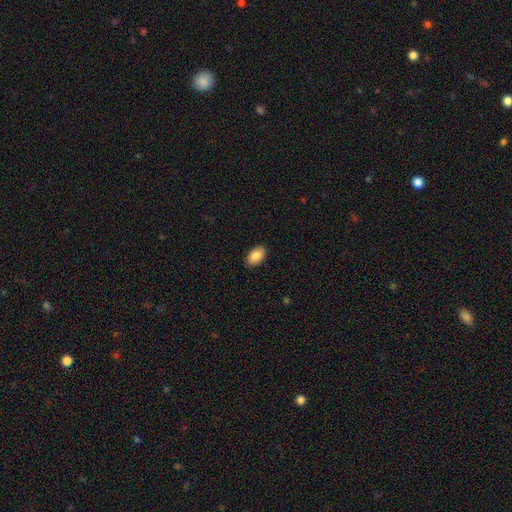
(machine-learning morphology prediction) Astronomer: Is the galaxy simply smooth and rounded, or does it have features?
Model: smooth — 88%.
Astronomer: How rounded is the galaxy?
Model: in between — 93%.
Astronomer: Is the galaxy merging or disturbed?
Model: none — 89%.